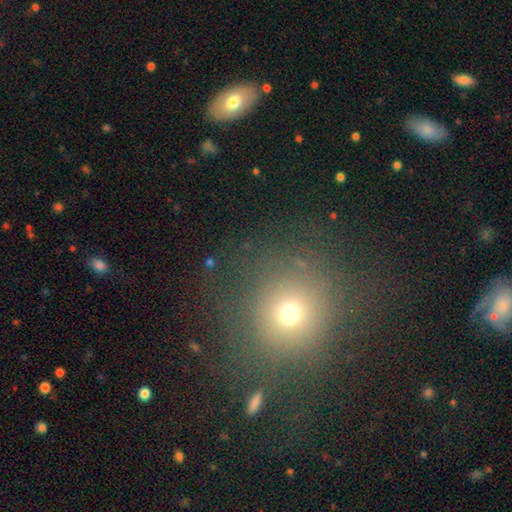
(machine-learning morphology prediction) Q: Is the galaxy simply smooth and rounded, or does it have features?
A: smooth — 58%.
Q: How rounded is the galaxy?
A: round — 89%.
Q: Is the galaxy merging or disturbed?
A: none — 81%.